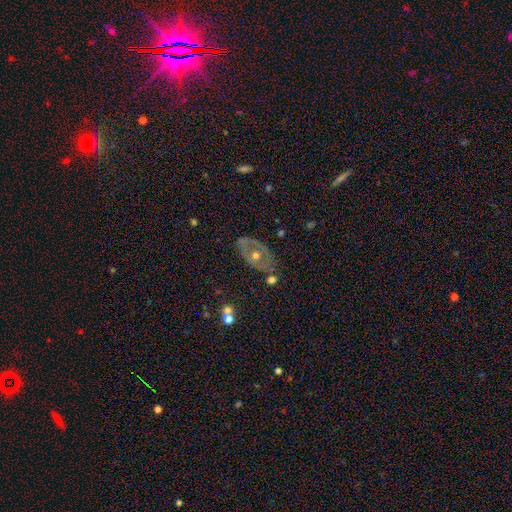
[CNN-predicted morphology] Overall: featured or disk (67%). Edge-on disk: no (91%). Bar: no (87%). Spiral arms: no (77%). Bulge size: moderate (73%). Merging: none (70%).